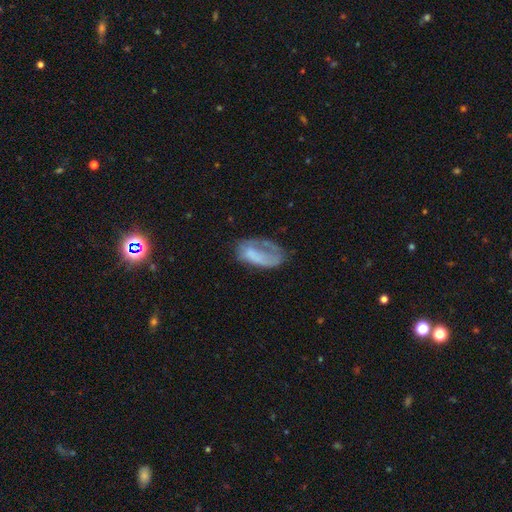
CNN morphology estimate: Smooth or featured: smooth — 53% (featured or disk — 38%)
How rounded: in between — 91% (round — 4%)
Merging: major disturbance — 38% (none — 32%)